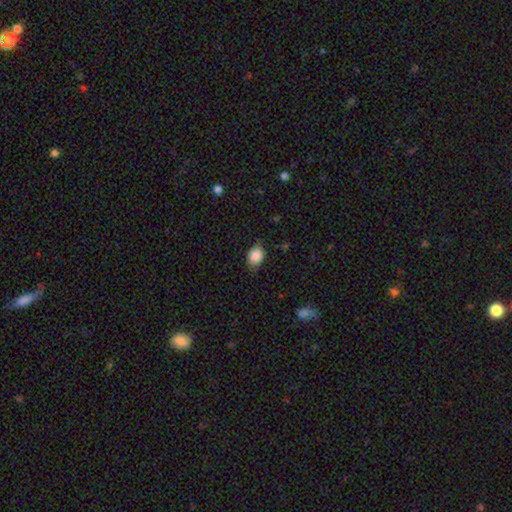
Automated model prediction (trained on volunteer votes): smooth_or_featured: smooth (p=0.88) [alt: star or artifact p=0.08]
how_rounded: in between (p=0.62) [alt: round p=0.36]
merging: none (p=0.72) [alt: minor disturbance p=0.22]